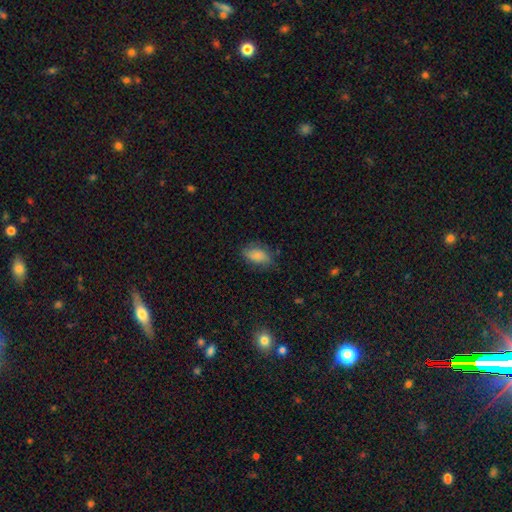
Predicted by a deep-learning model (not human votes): Morphology: type=smooth (75%); roundness=in between (89%); merging=none (75%).